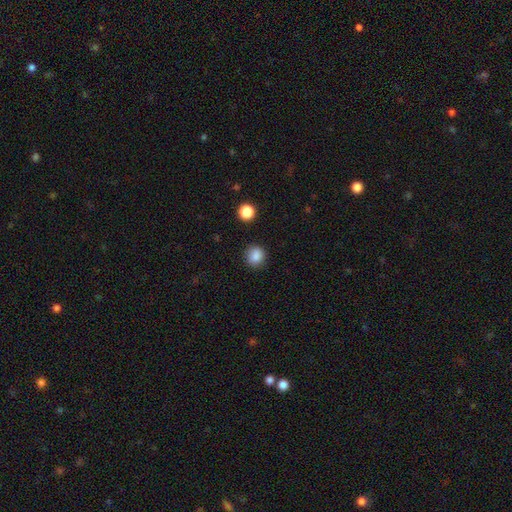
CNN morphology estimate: smooth_or_featured: smooth (p=0.86) [alt: star or artifact p=0.10]
how_rounded: round (p=0.87) [alt: in between p=0.12]
merging: none (p=0.88) [alt: minor disturbance p=0.08]